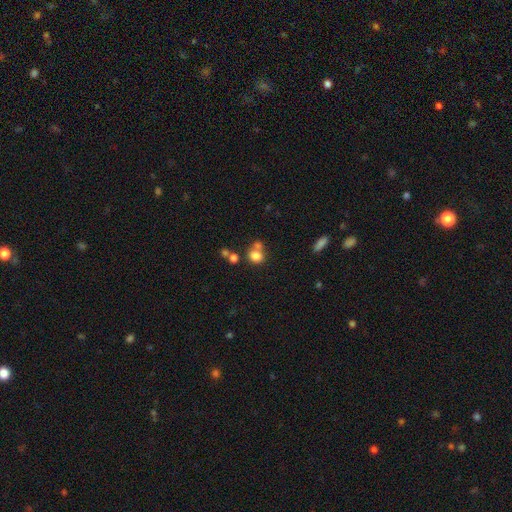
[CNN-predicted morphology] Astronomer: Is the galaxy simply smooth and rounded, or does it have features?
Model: smooth — 78%.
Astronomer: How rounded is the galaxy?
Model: round — 76%.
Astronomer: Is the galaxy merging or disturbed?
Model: none — 48% (runner-up: merger, 37%).